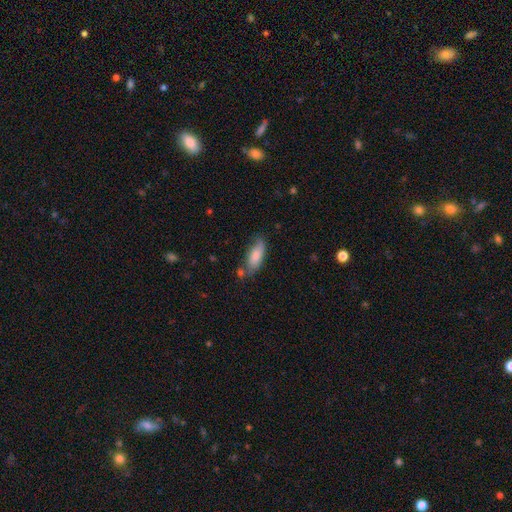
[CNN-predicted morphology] smooth-or-featured: smooth: 82% | featured or disk: 12% | star or artifact: 6%
  how-rounded: in between: 74% | cigar-shaped: 24% | round: 2%
  merging: none: 63% | minor disturbance: 23% | merger: 8% | major disturbance: 6%